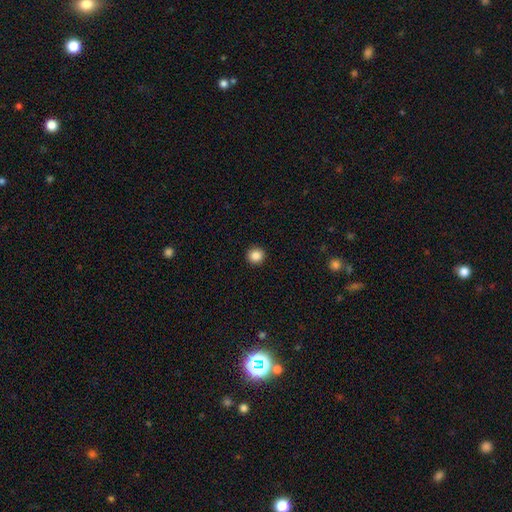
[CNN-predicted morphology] A smooth galaxy with no disk features (87%) that is round (93%).

Vote fractions:
- Smooth or featured? smooth: 87% / star or artifact: 10% / featured or disk: 3%
- How rounded? round: 93% / in between: 6% / cigar-shaped: 1%
- Merging? none: 93% / minor disturbance: 4% / major disturbance: 2% / merger: 1%